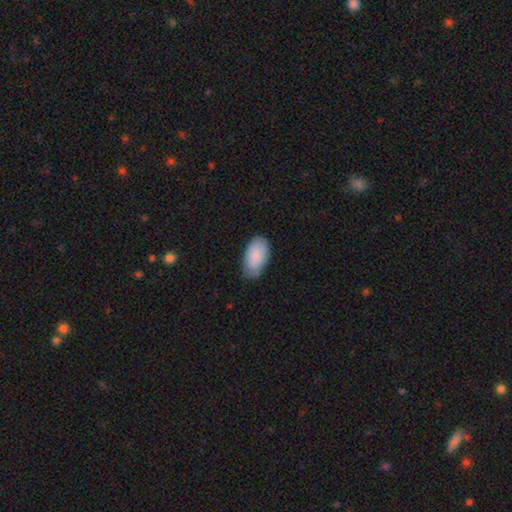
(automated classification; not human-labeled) Morphology: type=smooth (88%); roundness=in between (96%); merging=none (72%).